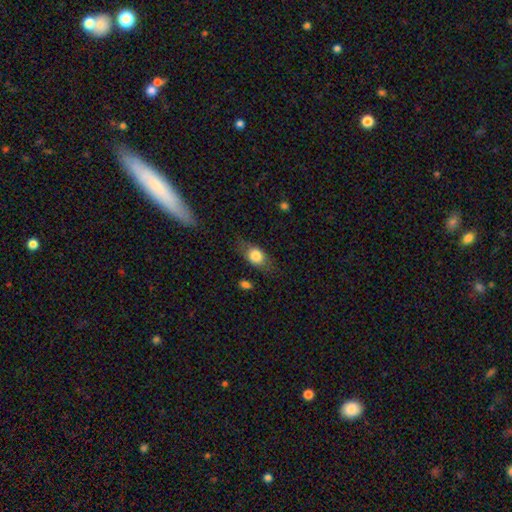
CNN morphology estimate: Smooth or featured? smooth (73%)
How rounded? in between (69%)
Merging? none (70%)